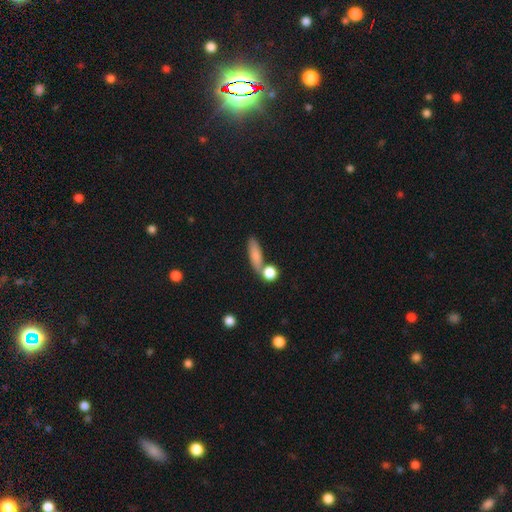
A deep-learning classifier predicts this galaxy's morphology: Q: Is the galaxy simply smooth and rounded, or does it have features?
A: smooth — 80%.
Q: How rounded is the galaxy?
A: in between — 47%.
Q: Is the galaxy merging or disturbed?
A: none — 61%.